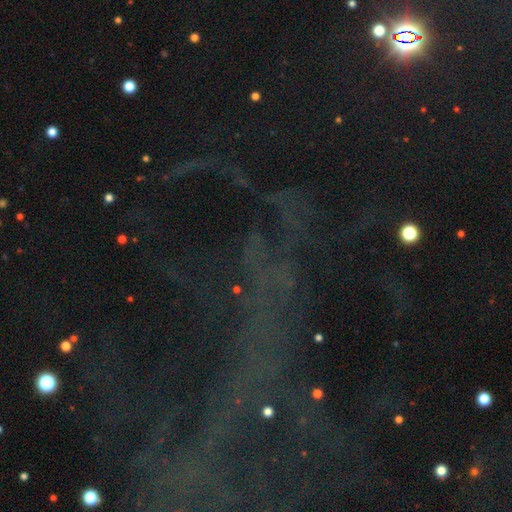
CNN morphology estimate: This appears to be a star or artifact, not a galaxy (75%).